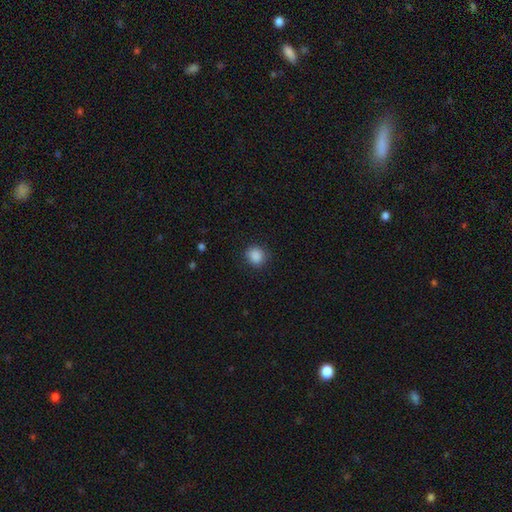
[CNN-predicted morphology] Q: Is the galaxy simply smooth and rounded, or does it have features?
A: smooth — 88%.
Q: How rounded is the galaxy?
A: round — 84%.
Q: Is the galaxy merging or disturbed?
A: none — 86%.